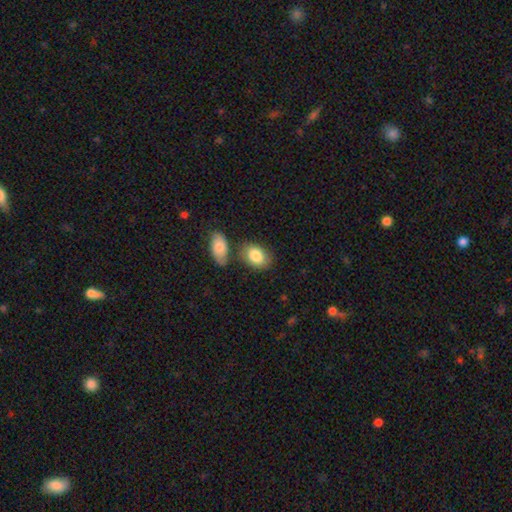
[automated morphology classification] This is clearly a smooth galaxy (84%). How rounded: clearly in between (87%). Merging: likely none (63%).